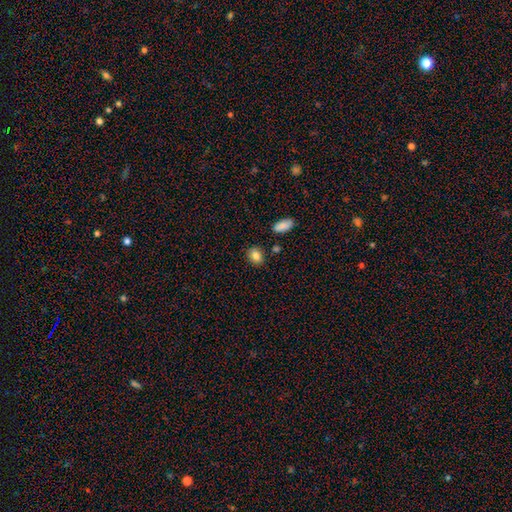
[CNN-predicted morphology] A smooth galaxy with no disk features (85%) that is in between round and cigar-shaped (50%). Merging: none (85%).